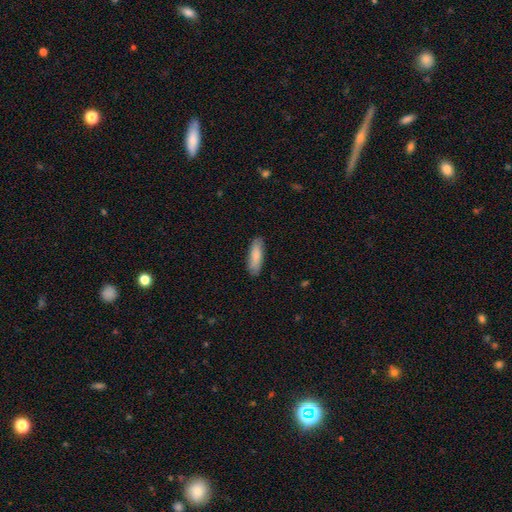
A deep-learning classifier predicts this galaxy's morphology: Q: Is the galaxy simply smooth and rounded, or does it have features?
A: smooth — 85%.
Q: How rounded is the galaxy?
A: cigar-shaped — 54%.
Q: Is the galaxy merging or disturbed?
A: none — 85%.